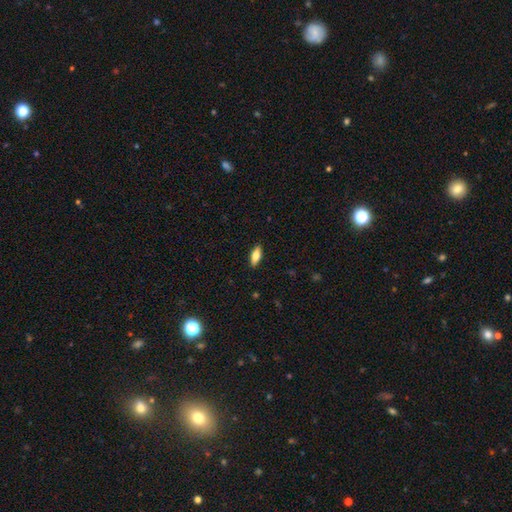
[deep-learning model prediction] smooth_or_featured: smooth (p=0.69) [alt: featured or disk p=0.24]
how_rounded: in between (p=0.72) [alt: cigar-shaped p=0.26]
merging: none (p=0.89) [alt: minor disturbance p=0.08]